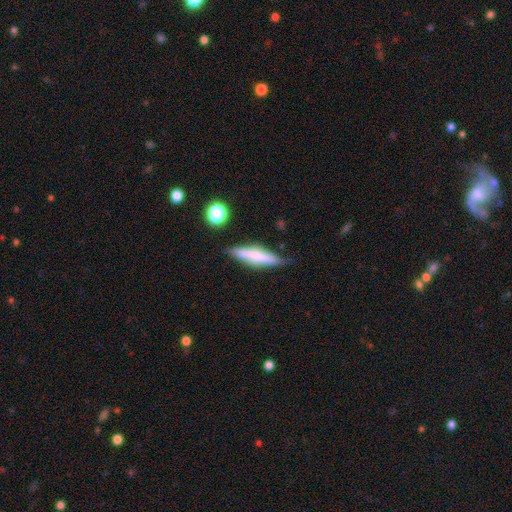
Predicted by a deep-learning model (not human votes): Overall: smooth (56%; featured or disk 36%). How rounded: cigar-shaped (75%). Merging: none (76%).